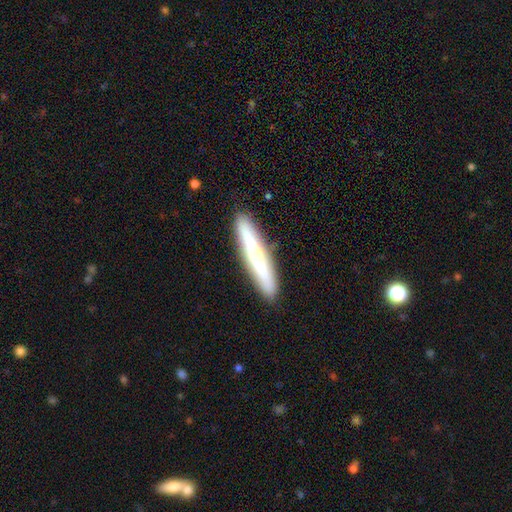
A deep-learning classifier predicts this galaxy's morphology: The model was most divided on "smooth or featured": smooth: 52%, featured or disk: 42%, star or artifact: 6%. More confident: how rounded — cigar-shaped (94%); merging — none (90%).